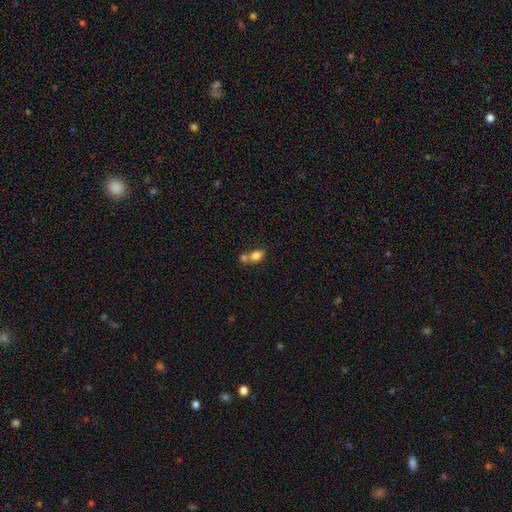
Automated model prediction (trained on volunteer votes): smooth-or-featured: smooth: 81% | featured or disk: 10% | star or artifact: 9%
  how-rounded: in between: 78% | round: 20% | cigar-shaped: 2%
  merging: merger: 53% | none: 34% | minor disturbance: 9% | major disturbance: 4%